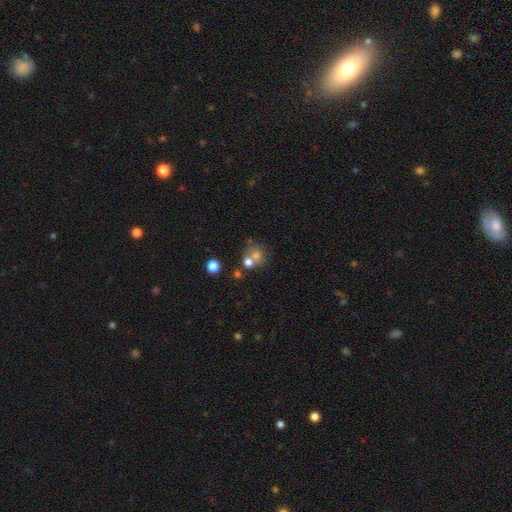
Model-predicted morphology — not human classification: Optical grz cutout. It shows a smooth galaxy with no disk features (66%) that is round (79%). Merging: none (42%, tied with merger).